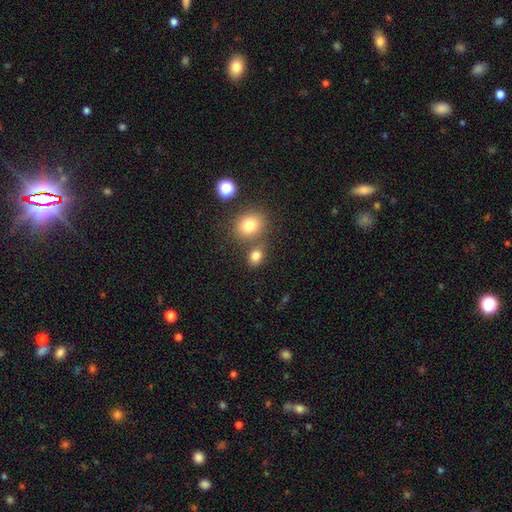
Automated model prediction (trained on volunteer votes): Smooth or featured? smooth (79%)
How rounded? round (53%)
Merging? none (62%)